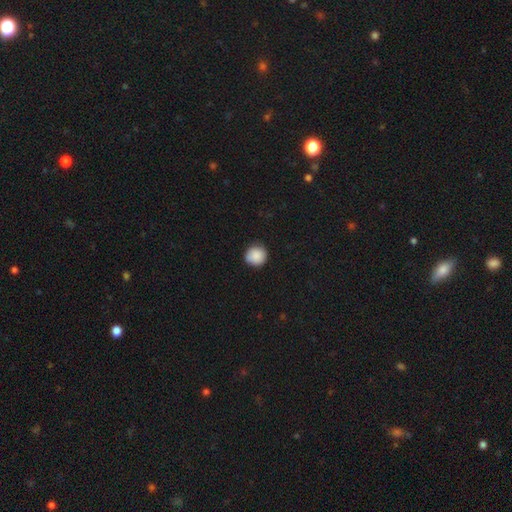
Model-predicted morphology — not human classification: smooth 88%, star or artifact 8%, featured or disk 5%. Down the decision tree: how rounded — round (94%); merging — none (85%).